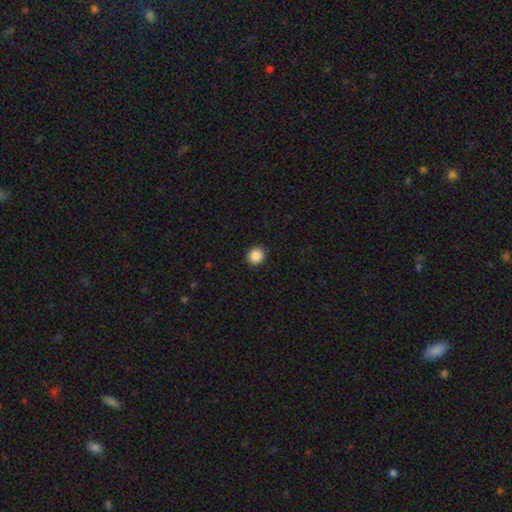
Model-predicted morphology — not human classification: Smooth or featured? Predicted: smooth (p=0.87). How rounded? Predicted: round (p=0.87). Merging? Predicted: none (p=0.92).